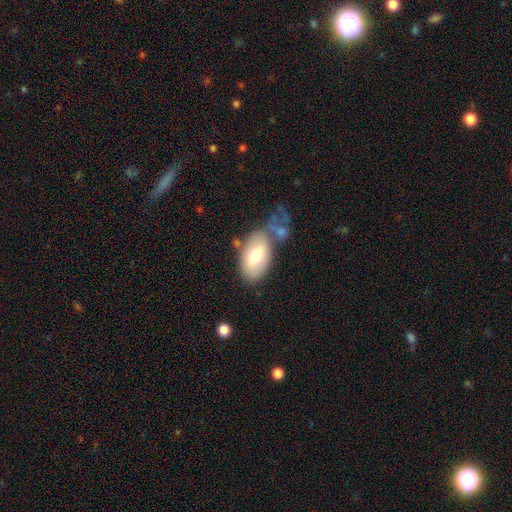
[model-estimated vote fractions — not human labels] Smooth or featured? Predicted: smooth (p=0.67). How rounded? Predicted: in between (p=0.93). Merging? Predicted: none (p=0.50).